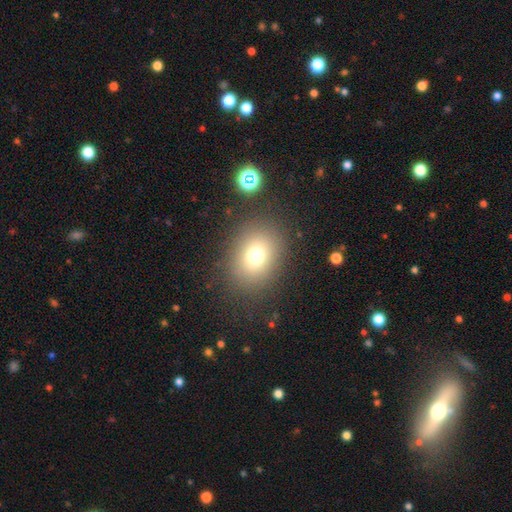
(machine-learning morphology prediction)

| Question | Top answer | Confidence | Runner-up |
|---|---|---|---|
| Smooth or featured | smooth | 72% | star or artifact (16%) |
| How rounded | round | 53% | in between (46%) |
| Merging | none | 84% | minor disturbance (9%) |